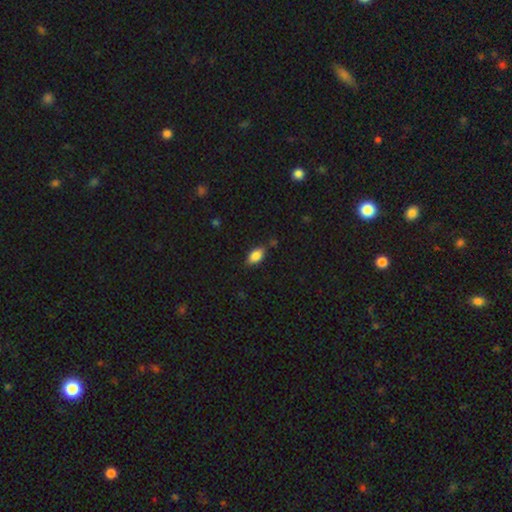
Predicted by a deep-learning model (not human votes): Smooth or featured? Predicted: smooth (p=0.85). How rounded? Predicted: in between (p=0.91). Merging? Predicted: none (p=0.77).